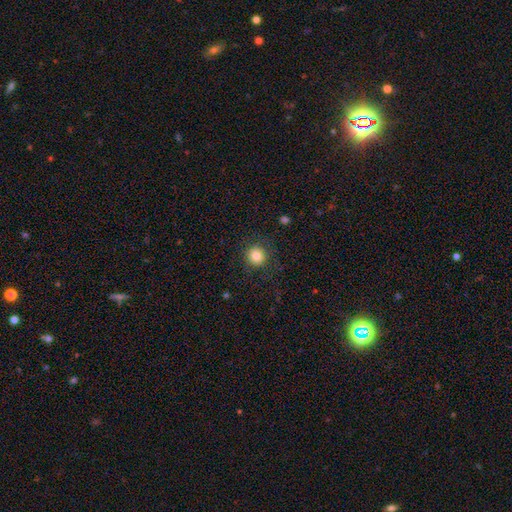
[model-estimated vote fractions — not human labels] The model was most divided on "smooth or featured": smooth: 83%, star or artifact: 11%, featured or disk: 6%. More confident: how rounded — round (93%); merging — none (87%).